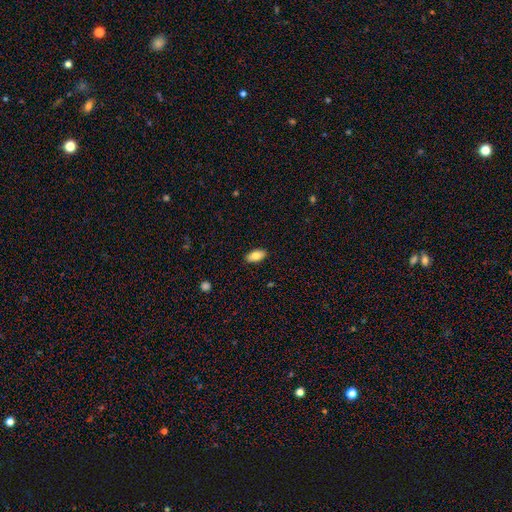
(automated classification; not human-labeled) smooth-or-featured: smooth: 80% | featured or disk: 13% | star or artifact: 7%
  how-rounded: in between: 92% | cigar-shaped: 5% | round: 3%
  merging: none: 89% | minor disturbance: 8% | major disturbance: 2% | merger: 1%